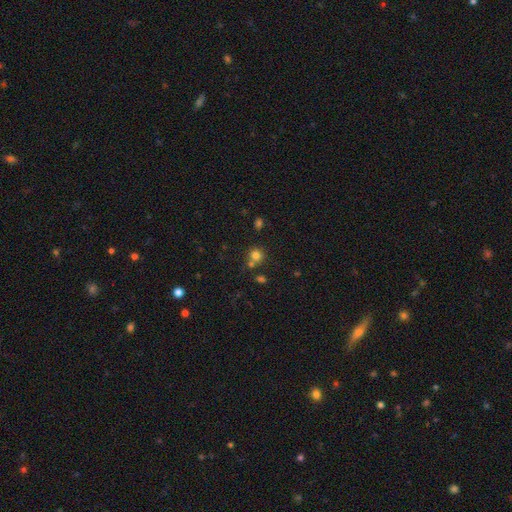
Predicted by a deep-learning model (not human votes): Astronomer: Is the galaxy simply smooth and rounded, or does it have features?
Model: smooth — 75%.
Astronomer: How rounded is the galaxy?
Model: round — 87%.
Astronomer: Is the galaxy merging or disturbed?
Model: none — 63%.